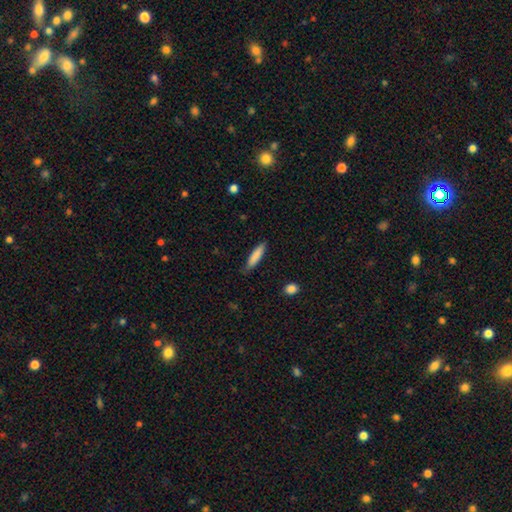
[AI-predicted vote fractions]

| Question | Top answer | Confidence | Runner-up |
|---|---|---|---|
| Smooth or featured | smooth | 84% | featured or disk (10%) |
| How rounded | cigar-shaped | 79% | in between (20%) |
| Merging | none | 80% | minor disturbance (16%) |